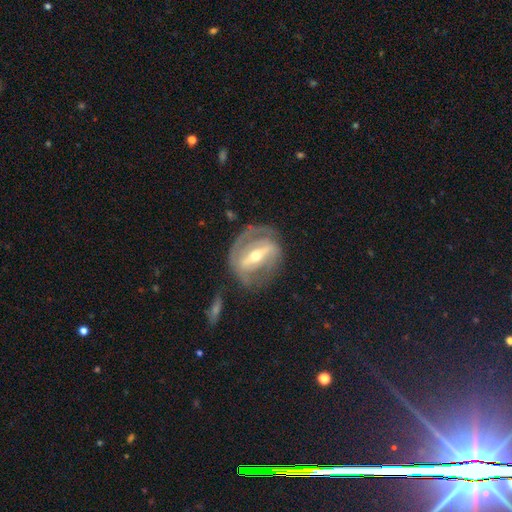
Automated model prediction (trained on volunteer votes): Q: Smooth or featured?
A: featured or disk (84%); runner-up: smooth (11%)
Q: Edge-on disk?
A: no (91%); runner-up: yes (9%)
Q: Bar?
A: strong (72%); runner-up: weak (20%)
Q: Spiral arms?
A: yes (77%); runner-up: no (23%)
Q: Spiral winding?
A: tight (50%); runner-up: medium (36%)
Q: Spiral arm count?
A: 2 (70%); runner-up: can't tell (16%)
Q: Bulge size?
A: moderate (57%); runner-up: small (37%)
Q: Merging?
A: none (67%); runner-up: minor disturbance (18%)